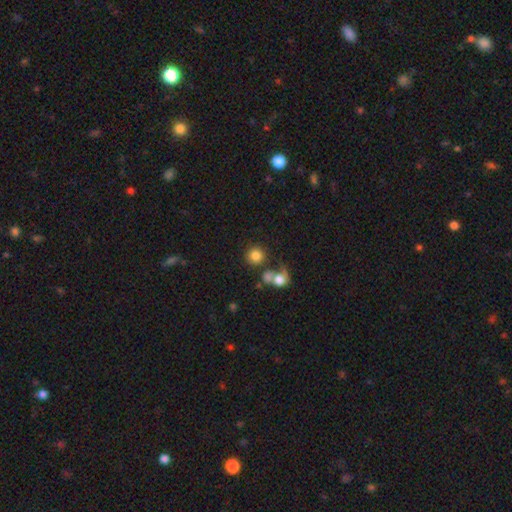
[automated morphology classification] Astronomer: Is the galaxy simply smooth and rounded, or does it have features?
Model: smooth — 82%.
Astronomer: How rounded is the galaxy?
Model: round — 90%.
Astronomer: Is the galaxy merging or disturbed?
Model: none — 61%.